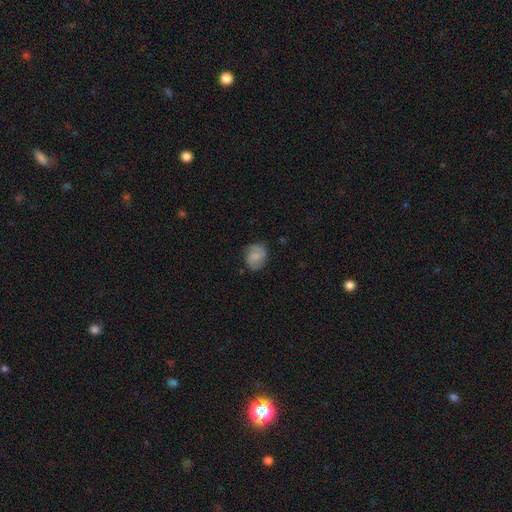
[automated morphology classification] type=smooth (56%); roundness=round (61%); merging=none (73%).